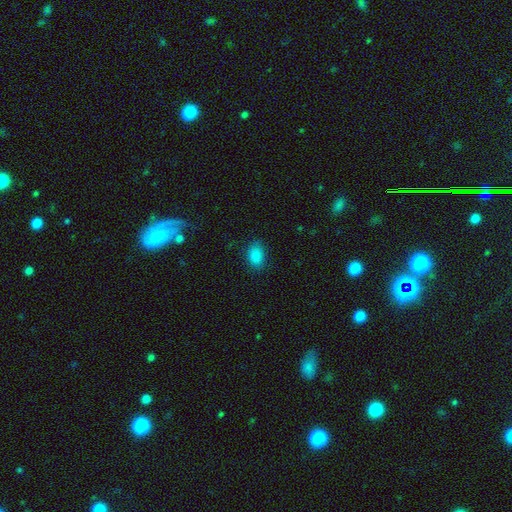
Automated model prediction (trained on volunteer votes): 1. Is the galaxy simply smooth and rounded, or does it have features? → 87% smooth, 10% star or artifact, 4% featured or disk.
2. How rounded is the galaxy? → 84% in between, 14% round, 1% cigar-shaped.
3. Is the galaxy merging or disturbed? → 82% none, 13% minor disturbance, 4% major disturbance, 1% merger.